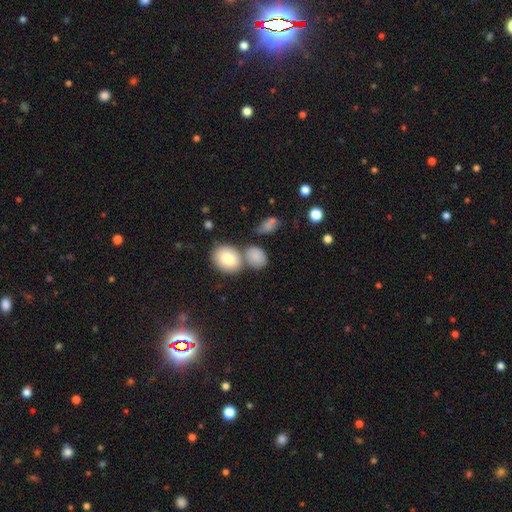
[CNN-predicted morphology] Smooth or featured? Predicted: smooth (p=0.81). How rounded? Predicted: in between (p=0.58). Merging? Predicted: none (p=0.55).